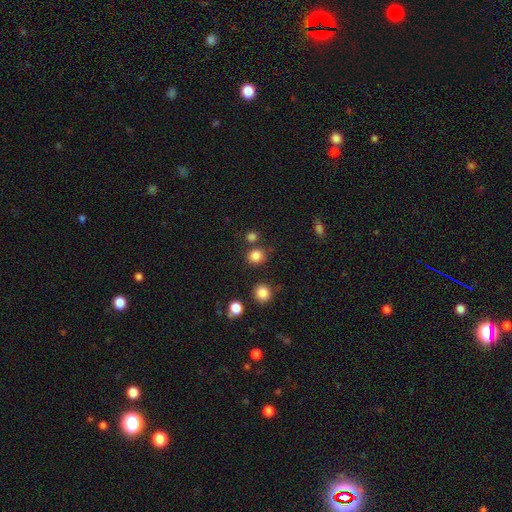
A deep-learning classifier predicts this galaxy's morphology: Q: Smooth or featured?
A: smooth (83%); runner-up: star or artifact (13%)
Q: How rounded?
A: round (85%); runner-up: in between (14%)
Q: Merging?
A: none (79%); runner-up: merger (9%)